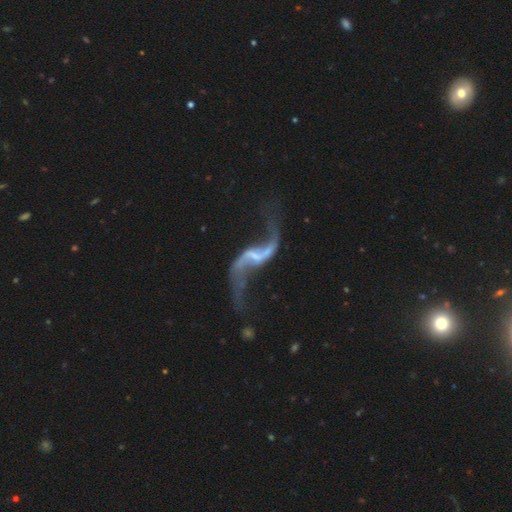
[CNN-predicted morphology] Smooth or featured?
  - featured or disk: 91% *
  - star or artifact: 5%
  - smooth: 4%
Edge-on disk?
  - no: 96% *
  - yes: 4%
Bar?
  - weak: 41% *
  - strong: 37%
  - no: 21%
Spiral arms?
  - yes: 95% *
  - no: 5%
Spiral winding?
  - loose: 95% *
  - medium: 4%
  - tight: 2%
Spiral arm count?
  - 2: 94% *
  - 1: 2%
  - can't tell: 1%
  - 3: 1%
  - 4: 1%
  - more than 4: 1%
Bulge size?
  - none: 46% *
  - small: 40%
  - moderate: 10%
  - large: 2%
  - dominant: 1%
Merging?
  - none: 62% *
  - major disturbance: 16%
  - minor disturbance: 15%
  - merger: 8%